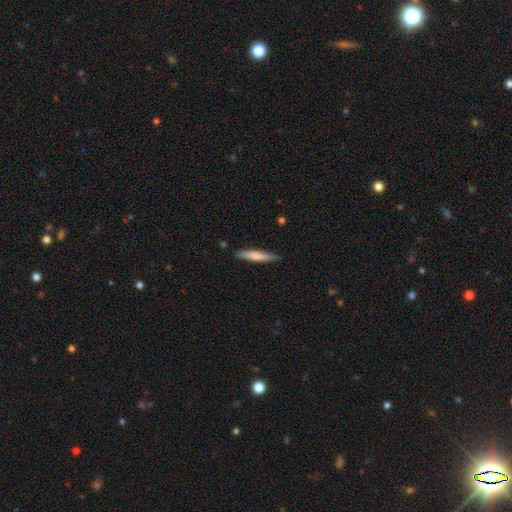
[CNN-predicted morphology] The model was most divided on "smooth or featured": smooth: 64%, featured or disk: 31%, star or artifact: 5%. More confident: how rounded — cigar-shaped (92%); merging — none (89%).